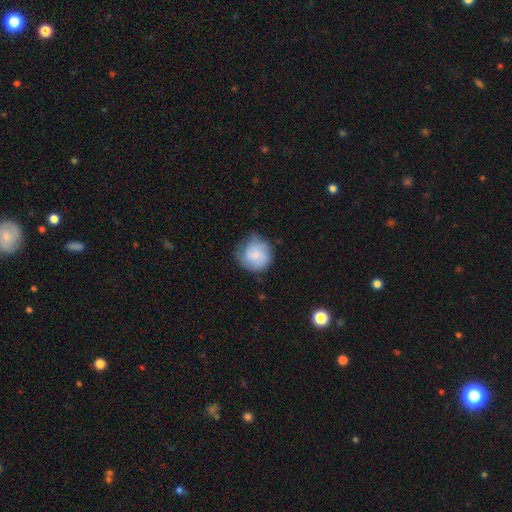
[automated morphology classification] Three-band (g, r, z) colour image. It shows a smooth galaxy with no disk features (71%) that is round (88%). Merging: none (60%).